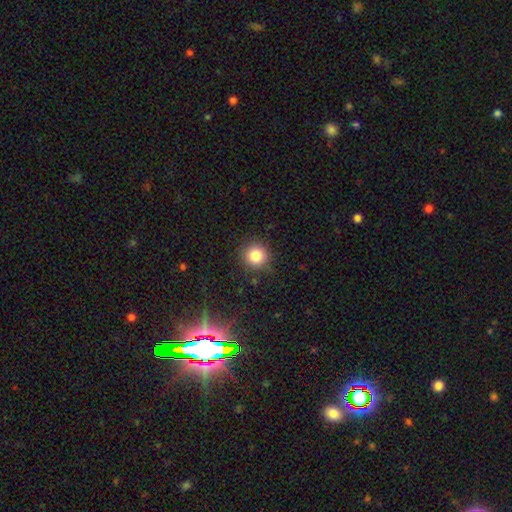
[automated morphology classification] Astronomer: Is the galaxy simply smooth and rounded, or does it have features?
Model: smooth — 83%.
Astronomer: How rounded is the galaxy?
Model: round — 93%.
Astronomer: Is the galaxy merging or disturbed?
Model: none — 88%.